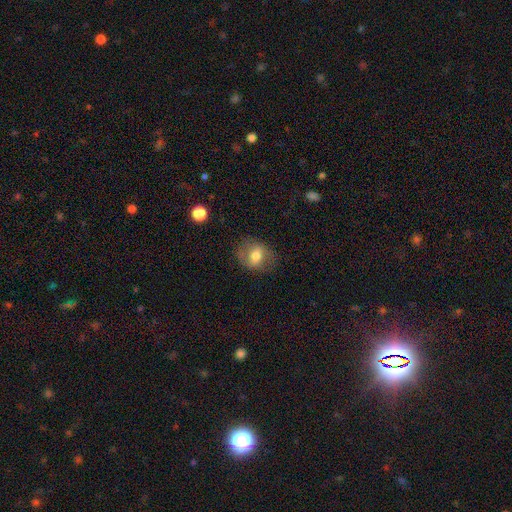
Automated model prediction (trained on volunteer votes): A smooth galaxy with no disk features (57%) that is in between round and cigar-shaped (56%).

Vote fractions:
- Smooth or featured? smooth: 57% / featured or disk: 34% / star or artifact: 9%
- How rounded? in between: 56% / round: 42% / cigar-shaped: 2%
- Merging? none: 74% / minor disturbance: 17% / major disturbance: 8% / merger: 1%